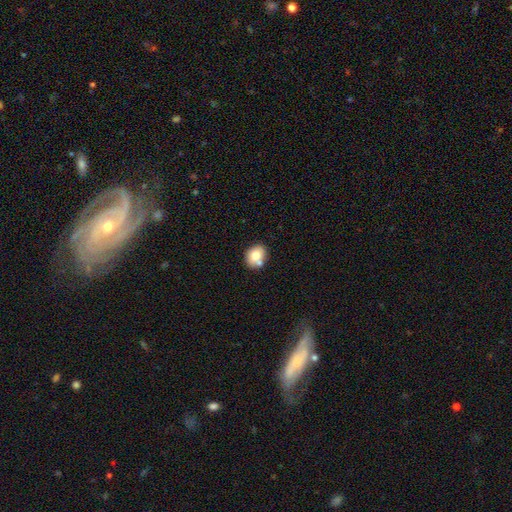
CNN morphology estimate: A smooth galaxy with no disk features (76%) that is round (51%).

Vote fractions:
- Smooth or featured? smooth: 76% / featured or disk: 15% / star or artifact: 9%
- How rounded? round: 51% / in between: 48% / cigar-shaped: 1%
- Merging? none: 65% / merger: 19% / minor disturbance: 13% / major disturbance: 3%